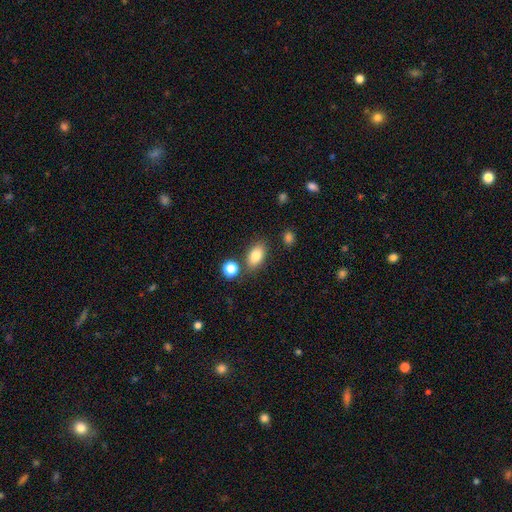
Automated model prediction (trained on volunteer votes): Morphology: type=smooth (83%); roundness=in between (86%); merging=none (75%).